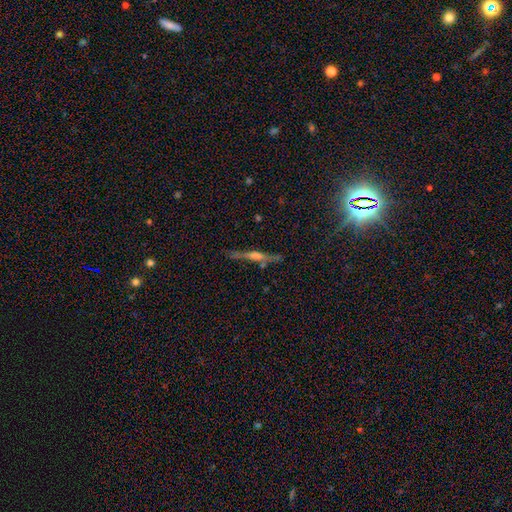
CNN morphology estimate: Smooth or featured? Predicted: featured or disk (p=0.68). Edge-on disk? Predicted: yes (p=0.96). Edge-on bulge? Predicted: rounded (p=0.74). Merging? Predicted: none (p=0.85).